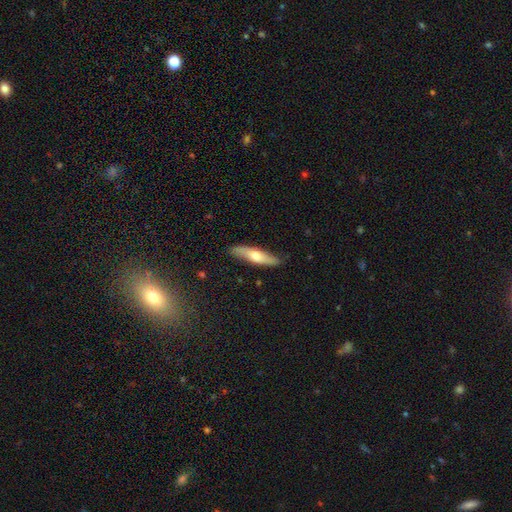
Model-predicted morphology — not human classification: A smooth galaxy with no disk features (56%) that is cigar-shaped (76%). Merging: none (86%).